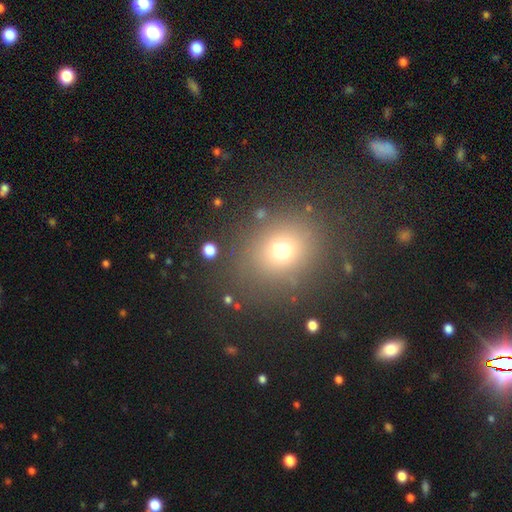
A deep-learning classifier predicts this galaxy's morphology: Smooth or featured?
  - smooth: 61% *
  - star or artifact: 30%
  - featured or disk: 9%
How rounded?
  - round: 71% *
  - in between: 28%
  - cigar-shaped: 1%
Merging?
  - none: 87% *
  - minor disturbance: 8%
  - major disturbance: 4%
  - merger: 2%